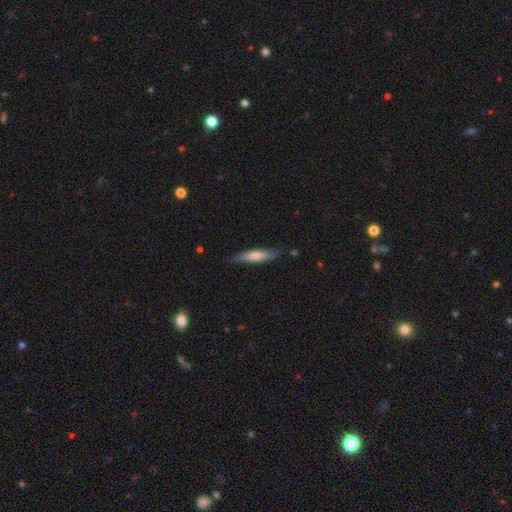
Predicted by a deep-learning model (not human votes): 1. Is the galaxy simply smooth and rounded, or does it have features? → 68% smooth, 26% featured or disk, 5% star or artifact.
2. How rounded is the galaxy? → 82% cigar-shaped, 17% in between, 1% round.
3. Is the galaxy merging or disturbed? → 80% none, 16% minor disturbance, 3% major disturbance, 2% merger.